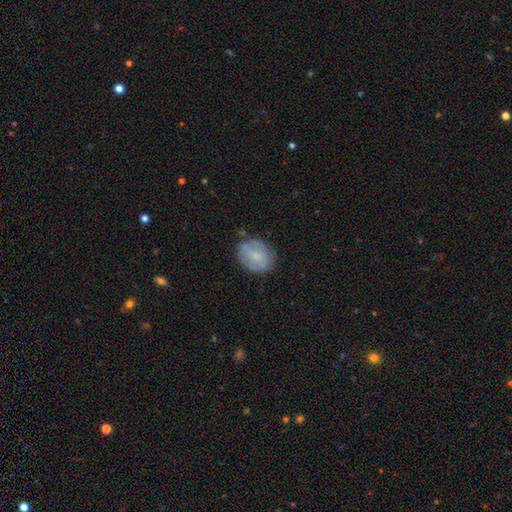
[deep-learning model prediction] Smooth or featured?
  - smooth: 64% *
  - featured or disk: 28%
  - star or artifact: 8%
How rounded?
  - in between: 56% *
  - round: 43%
  - cigar-shaped: 1%
Merging?
  - none: 73% *
  - minor disturbance: 19%
  - major disturbance: 5%
  - merger: 2%